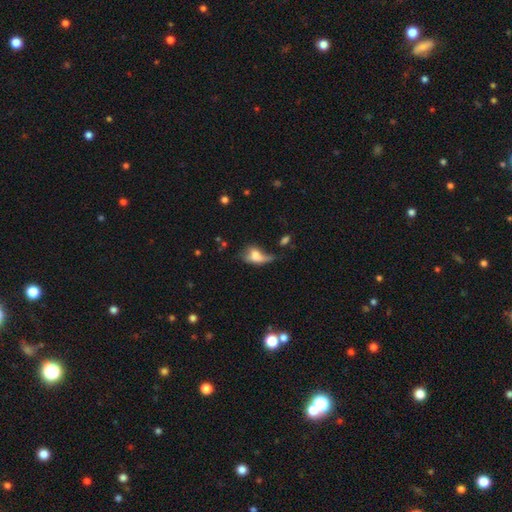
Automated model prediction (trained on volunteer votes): A smooth galaxy with no disk features (62%) that is in between round and cigar-shaped (78%).

Vote fractions:
- Smooth or featured? smooth: 62% / featured or disk: 27% / star or artifact: 11%
- How rounded? in between: 78% / round: 16% / cigar-shaped: 6%
- Merging? major disturbance: 37% / minor disturbance: 26% / none: 23% / merger: 14%